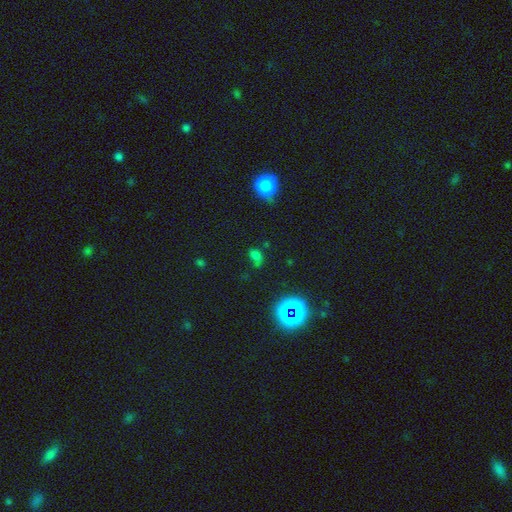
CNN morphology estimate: smooth 59%, star or artifact 32%, featured or disk 10%. Down the decision tree: how rounded — in between (69%); merging — none (59%).